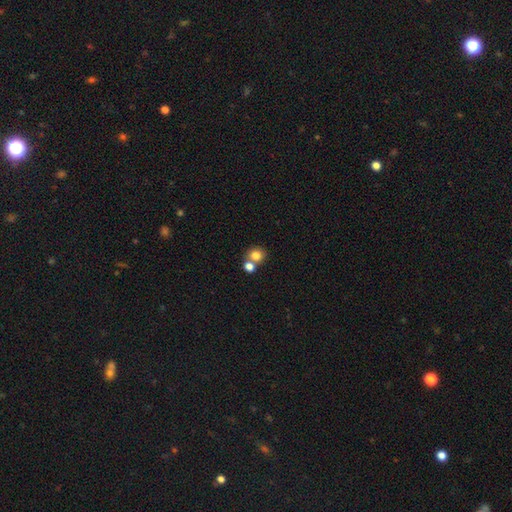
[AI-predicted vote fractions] A smooth galaxy with no disk features (79%) that is round (76%). Merging: none (49%).